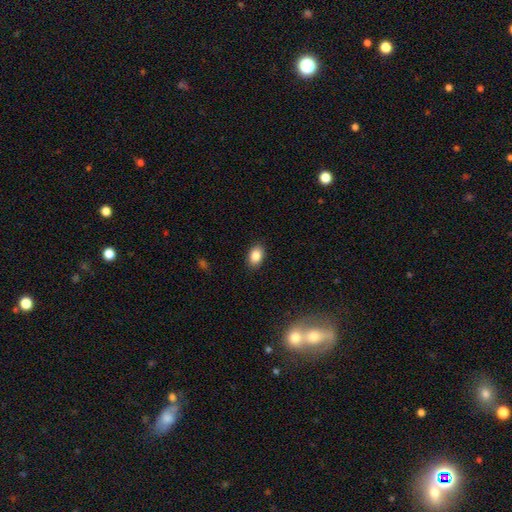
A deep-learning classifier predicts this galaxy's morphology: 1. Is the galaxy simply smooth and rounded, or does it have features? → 86% smooth, 9% star or artifact, 5% featured or disk.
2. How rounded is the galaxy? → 83% in between, 16% round, 1% cigar-shaped.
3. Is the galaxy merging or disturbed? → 88% none, 9% minor disturbance, 2% major disturbance, 1% merger.